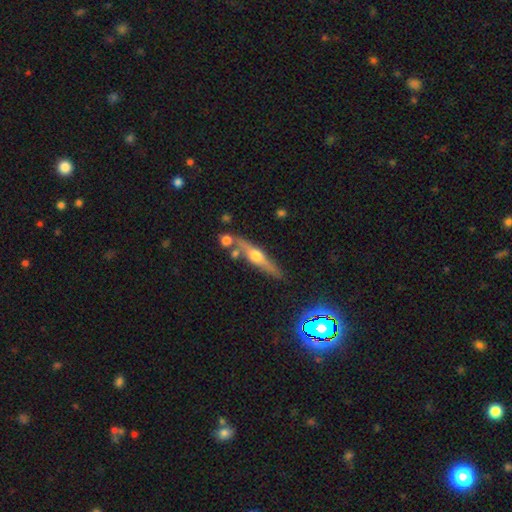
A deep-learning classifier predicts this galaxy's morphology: This appears to be a featured or disk galaxy (68%) viewed edge-on (95%) with a rounded central bulge (93%). Merging: none (74%).